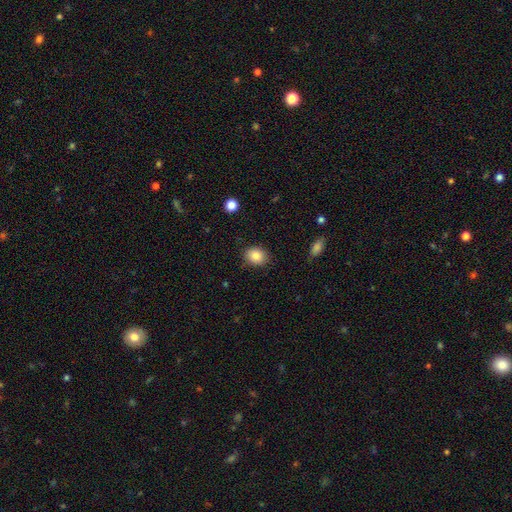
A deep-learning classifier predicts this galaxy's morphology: Smooth or featured: smooth — 86% (star or artifact — 9%)
How rounded: in between — 50% (round — 49%)
Merging: none — 85% (minor disturbance — 11%)